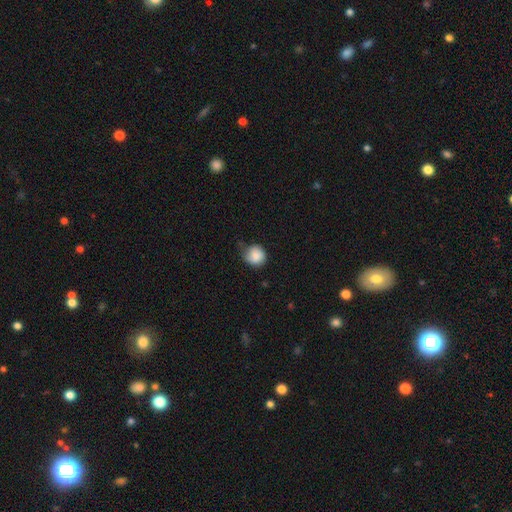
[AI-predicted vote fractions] Smooth or featured? smooth (81%)
How rounded? round (82%)
Merging? none (47%)